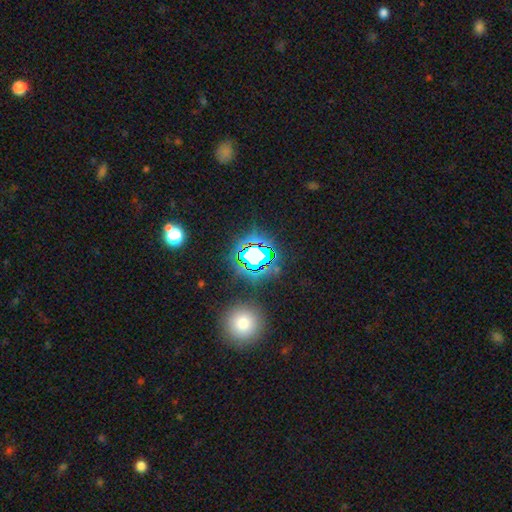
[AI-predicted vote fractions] A star or artifact, not a galaxy (71%).

Vote fractions:
- Smooth or featured? star or artifact: 71% / smooth: 18% / featured or disk: 11%